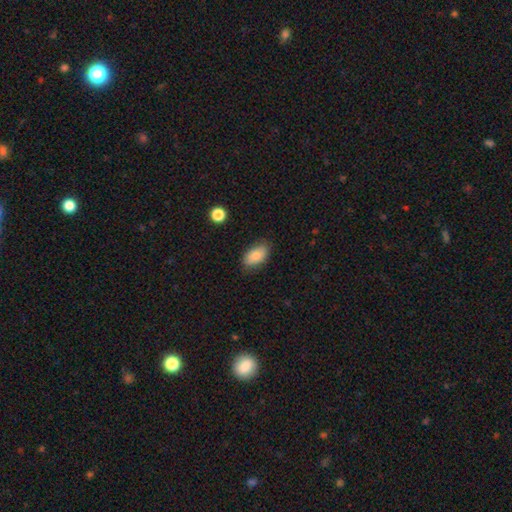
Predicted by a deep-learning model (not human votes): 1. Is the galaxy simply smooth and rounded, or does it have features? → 85% smooth, 8% featured or disk, 7% star or artifact.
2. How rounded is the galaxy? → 93% in between, 5% round, 3% cigar-shaped.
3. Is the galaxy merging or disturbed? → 81% none, 14% minor disturbance, 3% major disturbance, 1% merger.